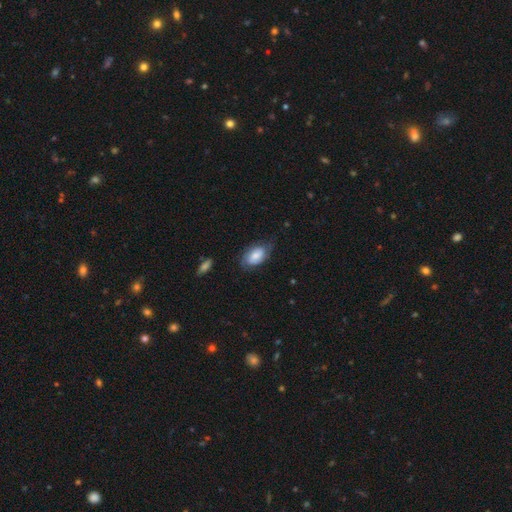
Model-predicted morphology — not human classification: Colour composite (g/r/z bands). It shows a smooth galaxy with no disk features (58%) that is in between round and cigar-shaped (91%). Merging: none (61%).